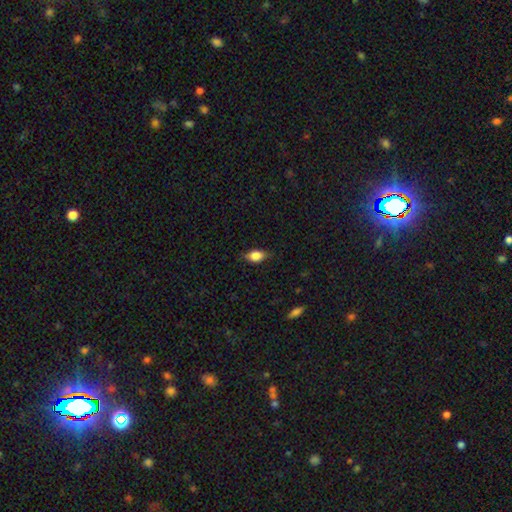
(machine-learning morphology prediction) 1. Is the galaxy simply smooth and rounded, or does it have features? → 82% smooth, 10% featured or disk, 8% star or artifact.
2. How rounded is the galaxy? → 84% in between, 11% round, 5% cigar-shaped.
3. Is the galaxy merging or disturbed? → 77% none, 19% minor disturbance, 4% major disturbance, 1% merger.